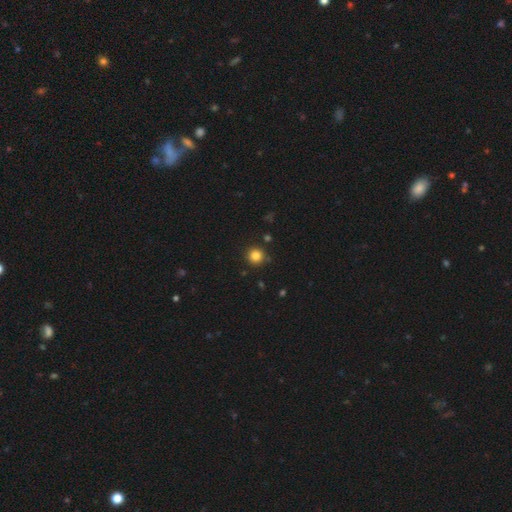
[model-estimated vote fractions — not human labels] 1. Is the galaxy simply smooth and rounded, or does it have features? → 83% smooth, 12% star or artifact, 4% featured or disk.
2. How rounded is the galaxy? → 94% round, 5% in between, 1% cigar-shaped.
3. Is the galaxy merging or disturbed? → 89% none, 7% minor disturbance, 2% merger, 2% major disturbance.